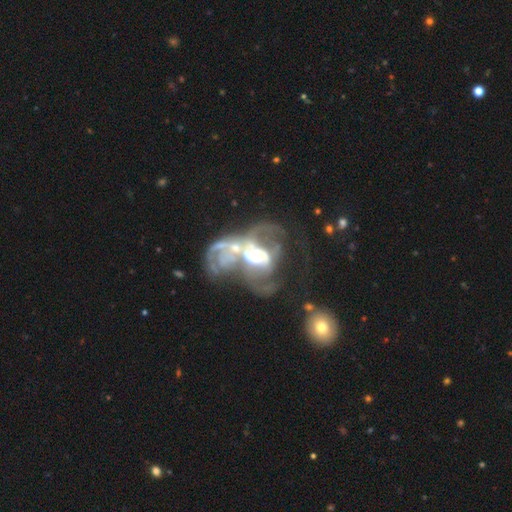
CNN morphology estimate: The model was most divided on "spiral arms": yes: 62%, no: 38%. More confident: edge-on disk — no (96%); smooth or featured — featured or disk (77%); bar — no (70%); merging — merger (66%); bulge size — moderate (58%).